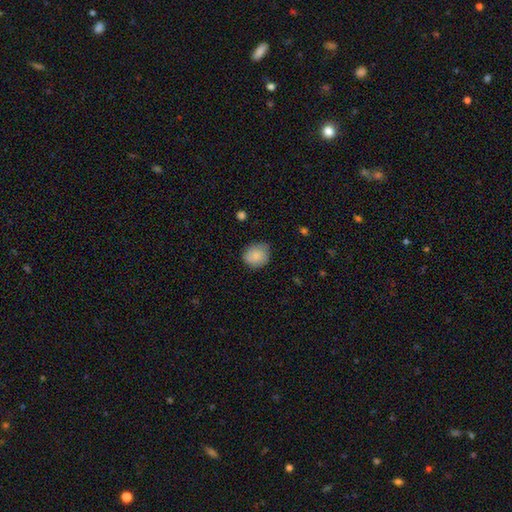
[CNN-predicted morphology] Q: Smooth or featured?
A: smooth (85%); runner-up: featured or disk (7%)
Q: How rounded?
A: round (67%); runner-up: in between (32%)
Q: Merging?
A: none (74%); runner-up: minor disturbance (21%)